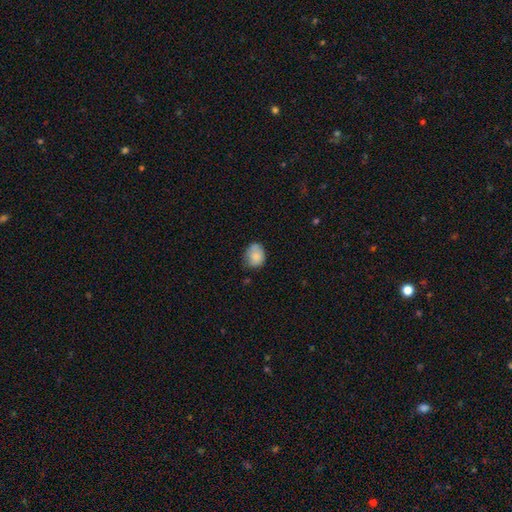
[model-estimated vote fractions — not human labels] Smooth or featured: smooth — 84% (star or artifact — 8%)
How rounded: round — 50% (in between — 49%)
Merging: none — 61% (minor disturbance — 29%)